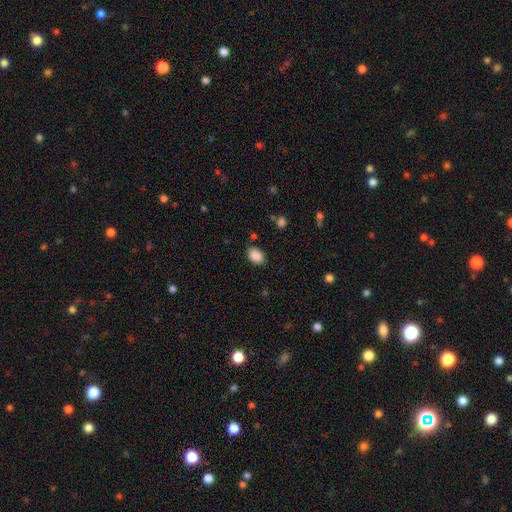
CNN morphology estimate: A smooth galaxy with no disk features (88%) that is in between round and cigar-shaped (81%). Merging: none (84%).